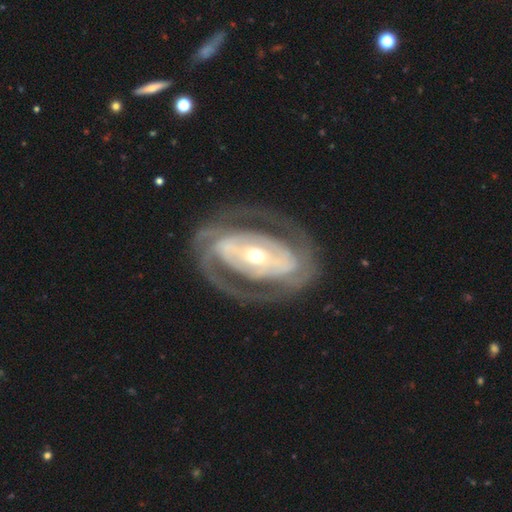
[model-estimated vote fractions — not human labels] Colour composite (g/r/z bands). It shows a featured or disk galaxy (85%) with no bar (38%), 2 (67%) tight (59%) spiral arms (79%) and a moderate central bulge (47%). Merging: none (76%).